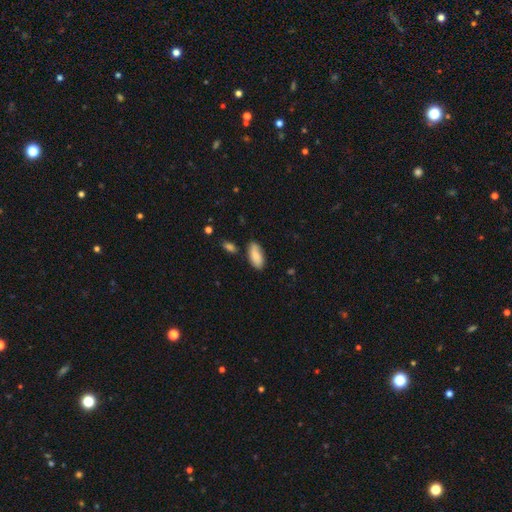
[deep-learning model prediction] Smooth or featured: smooth — 83% (featured or disk — 10%)
How rounded: in between — 89% (cigar-shaped — 9%)
Merging: none — 74% (minor disturbance — 18%)